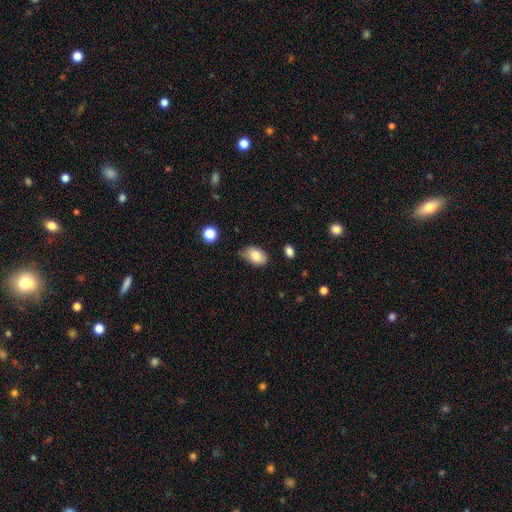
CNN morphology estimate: smooth-or-featured: smooth: 82% | featured or disk: 10% | star or artifact: 8%
  how-rounded: in between: 88% | round: 11% | cigar-shaped: 1%
  merging: none: 67% | minor disturbance: 26% | major disturbance: 4% | merger: 3%